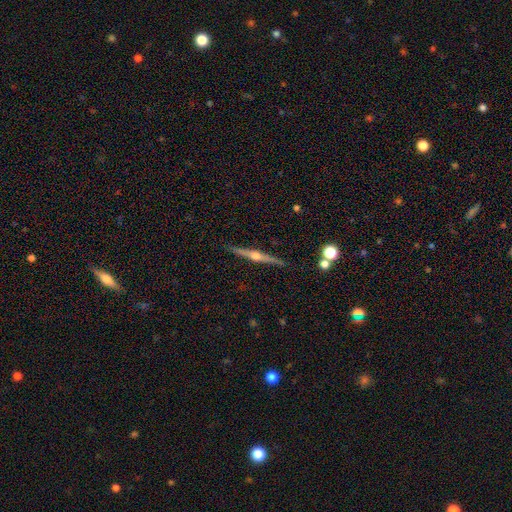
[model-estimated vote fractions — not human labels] Morphology: type=featured or disk (83%); edge-on=yes (98%); edge-on bulge=rounded (94%); merging=none (91%).